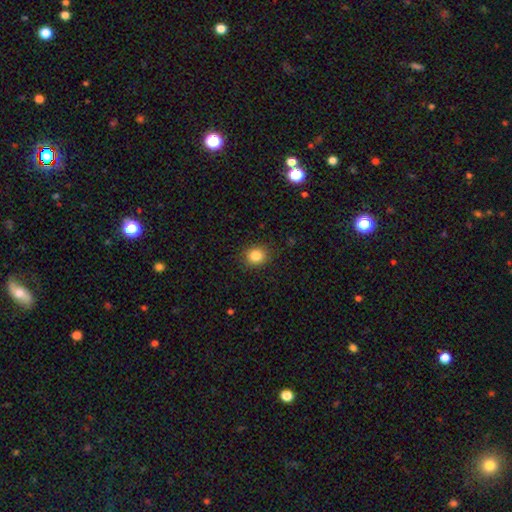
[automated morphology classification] Smooth or featured? smooth (84%)
How rounded? round (75%)
Merging? none (88%)